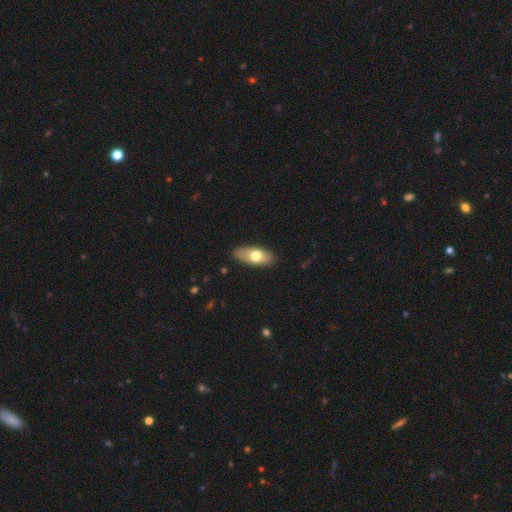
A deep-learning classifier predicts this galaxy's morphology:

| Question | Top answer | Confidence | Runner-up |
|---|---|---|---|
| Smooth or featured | smooth | 66% | featured or disk (28%) |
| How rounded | in between | 85% | cigar-shaped (12%) |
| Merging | none | 87% | minor disturbance (9%) |